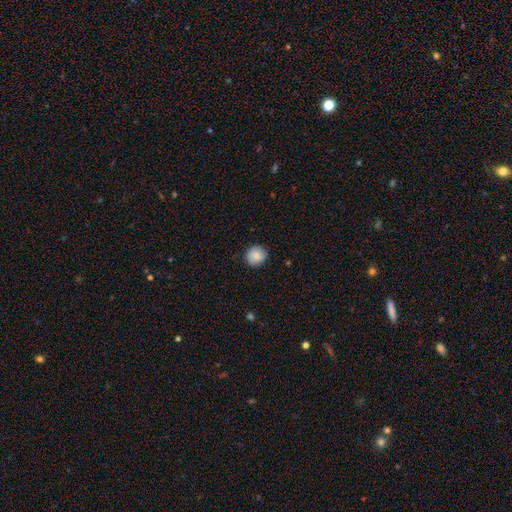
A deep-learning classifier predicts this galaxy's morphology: Smooth or featured: smooth — 85% (star or artifact — 8%)
How rounded: round — 86% (in between — 13%)
Merging: none — 84% (minor disturbance — 13%)